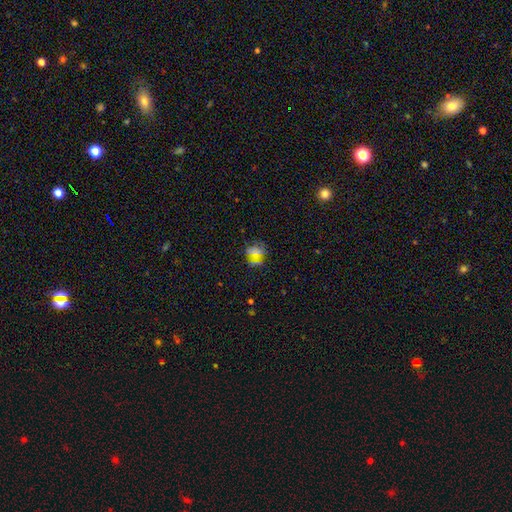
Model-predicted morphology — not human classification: A smooth galaxy with no disk features (61%) that is round (80%). Merging: none (76%).